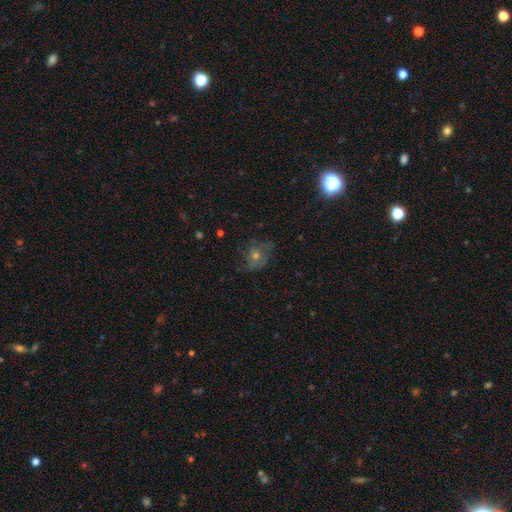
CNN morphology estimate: Smooth or featured? Predicted: featured or disk (p=0.43). Merging? Predicted: none (p=0.66).